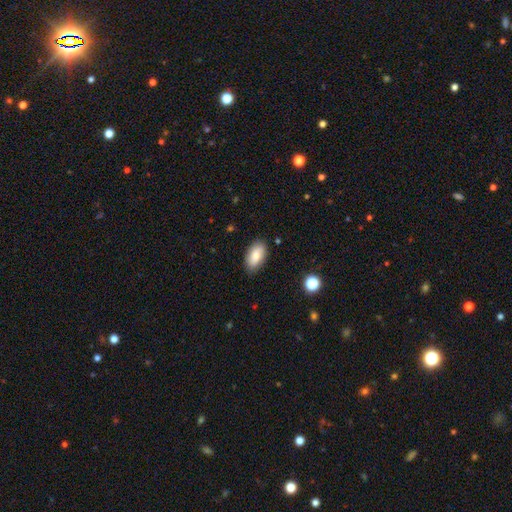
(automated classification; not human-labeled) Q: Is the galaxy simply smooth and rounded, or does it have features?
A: smooth — 77%.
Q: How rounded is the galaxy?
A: in between — 94%.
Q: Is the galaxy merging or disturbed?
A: none — 84%.